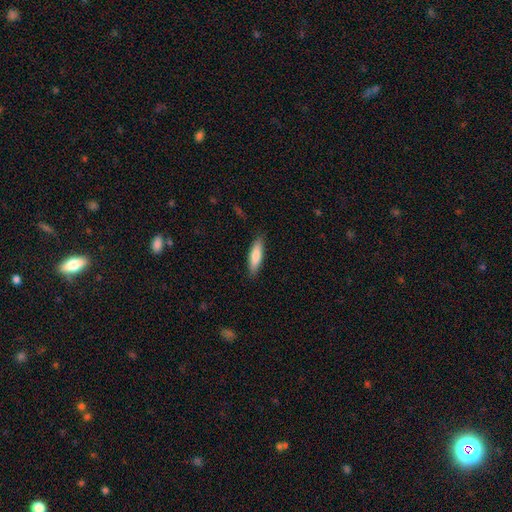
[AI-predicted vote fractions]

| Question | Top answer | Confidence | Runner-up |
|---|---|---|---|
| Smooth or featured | smooth | 81% | featured or disk (13%) |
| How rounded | cigar-shaped | 62% | in between (37%) |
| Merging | none | 87% | minor disturbance (10%) |